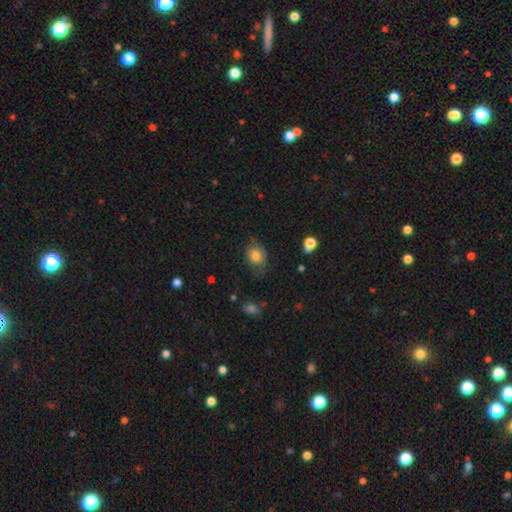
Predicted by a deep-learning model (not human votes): The model was most divided on "how rounded": in between: 64%, round: 35%, cigar-shaped: 1%. More confident: smooth or featured — smooth (74%); merging — none (63%).